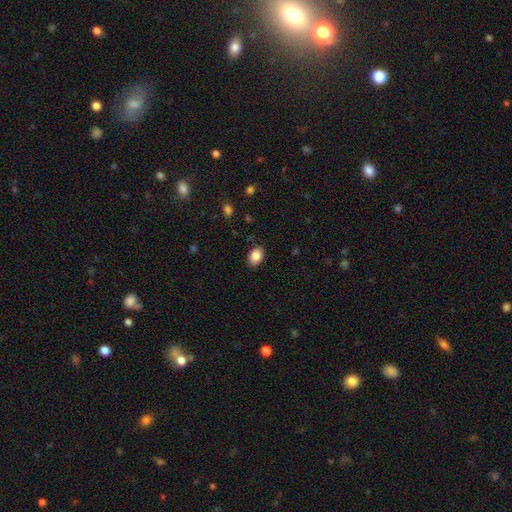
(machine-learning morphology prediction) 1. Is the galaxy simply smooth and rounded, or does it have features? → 88% smooth, 8% star or artifact, 4% featured or disk.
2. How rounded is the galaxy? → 78% in between, 21% round, 1% cigar-shaped.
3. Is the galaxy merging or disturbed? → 87% none, 10% minor disturbance, 2% major disturbance, 1% merger.